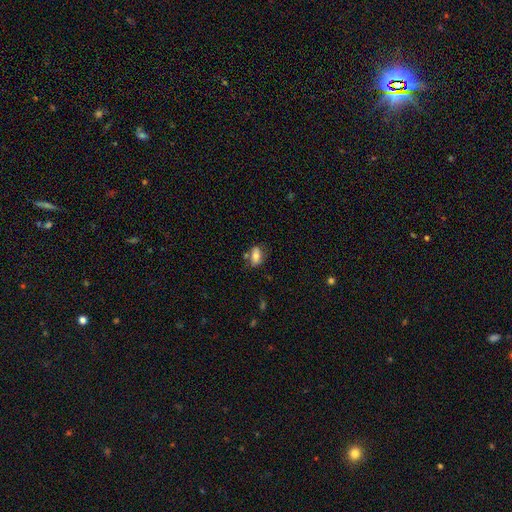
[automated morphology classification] Overall: smooth (68%). How rounded: in between (85%). Merging: none (60%; minor disturbance 21%).